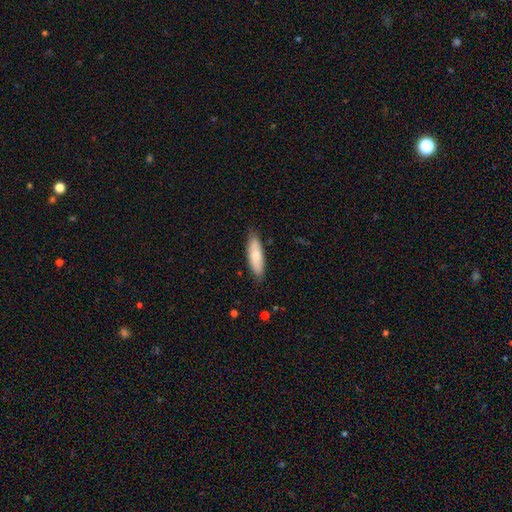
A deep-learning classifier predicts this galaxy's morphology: The model was most divided on "how rounded": cigar-shaped: 50%, in between: 48%, round: 2%. More confident: merging — none (83%); smooth or featured — smooth (78%).